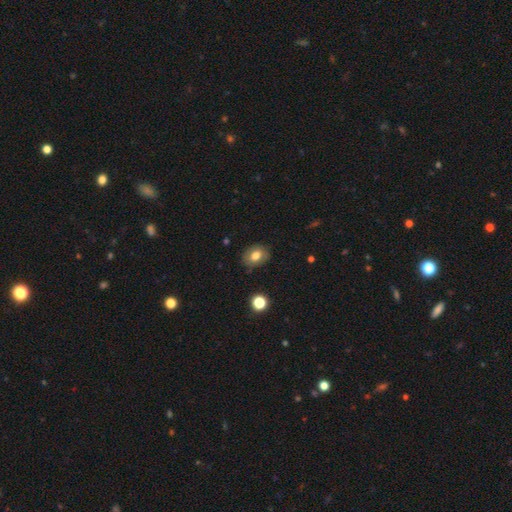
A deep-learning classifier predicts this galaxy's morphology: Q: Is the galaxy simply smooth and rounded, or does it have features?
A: smooth — 74%.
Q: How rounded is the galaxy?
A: in between — 56%.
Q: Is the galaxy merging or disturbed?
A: none — 83%.